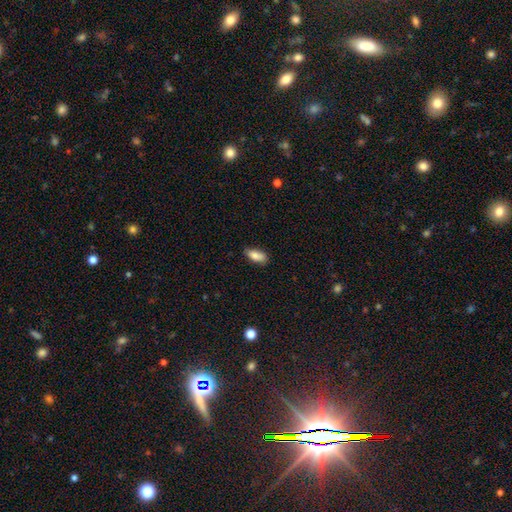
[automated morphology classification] A smooth galaxy with no disk features (83%) that is in between round and cigar-shaped (85%). Merging: none (83%).